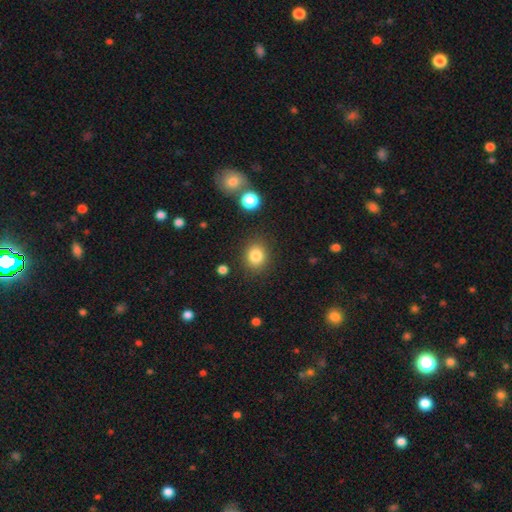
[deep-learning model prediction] Q: Smooth or featured?
A: smooth (83%); runner-up: star or artifact (11%)
Q: How rounded?
A: round (73%); runner-up: in between (26%)
Q: Merging?
A: none (86%); runner-up: minor disturbance (9%)